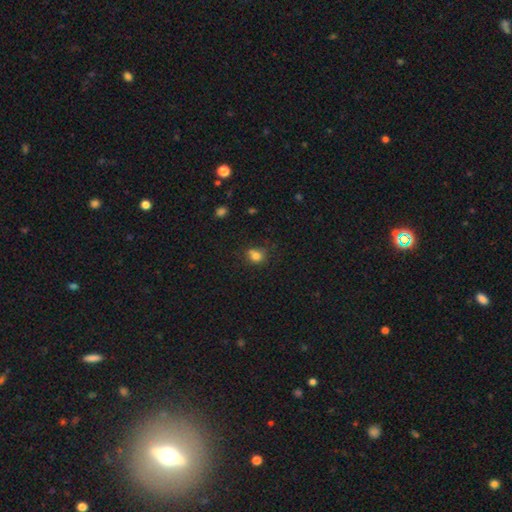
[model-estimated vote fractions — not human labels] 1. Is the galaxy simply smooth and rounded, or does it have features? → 78% smooth, 14% star or artifact, 9% featured or disk.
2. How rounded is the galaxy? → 70% round, 29% in between, 1% cigar-shaped.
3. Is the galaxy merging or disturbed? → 54% none, 21% minor disturbance, 18% merger, 7% major disturbance.